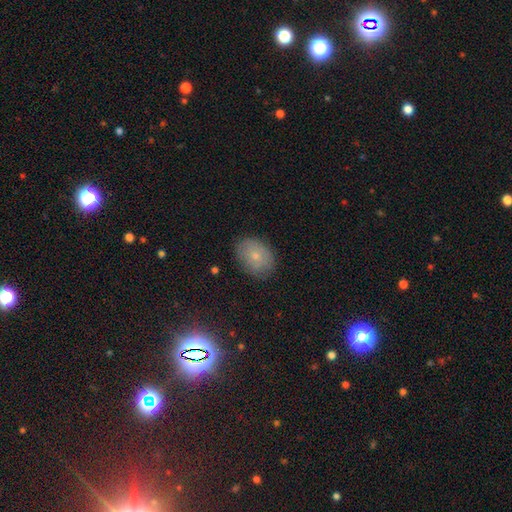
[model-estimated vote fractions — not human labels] Smooth or featured: smooth — 72% (featured or disk — 17%)
How rounded: in between — 67% (round — 32%)
Merging: none — 83% (minor disturbance — 13%)